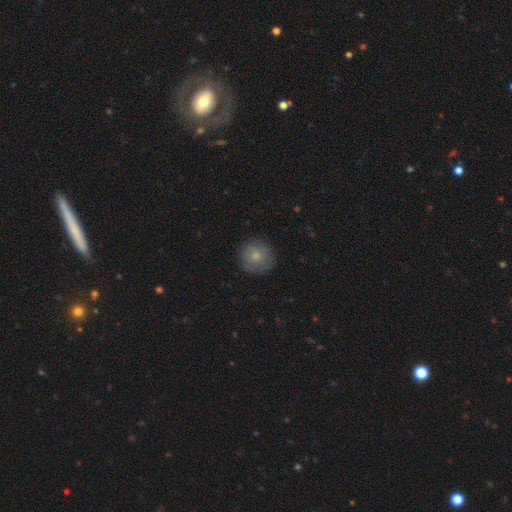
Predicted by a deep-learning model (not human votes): The model was most divided on "smooth or featured": smooth: 80%, featured or disk: 12%, star or artifact: 8%. More confident: how rounded — round (94%); merging — none (84%).